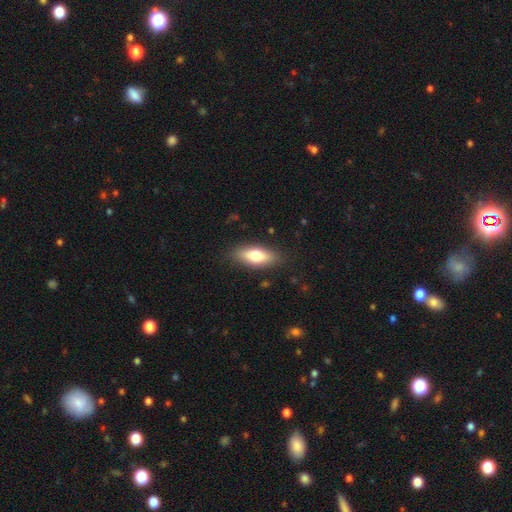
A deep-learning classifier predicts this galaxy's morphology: Smooth or featured? smooth (70%)
How rounded? in between (74%)
Merging? none (86%)